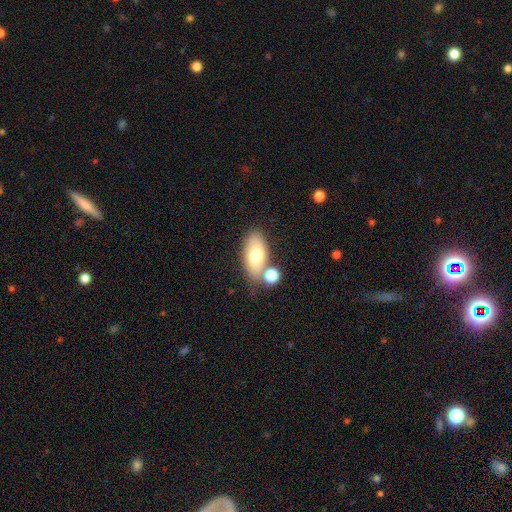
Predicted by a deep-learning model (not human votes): A smooth galaxy with no disk features (71%) that is in between round and cigar-shaped (90%).

Vote fractions:
- Smooth or featured? smooth: 71% / featured or disk: 21% / star or artifact: 8%
- How rounded? in between: 90% / cigar-shaped: 5% / round: 5%
- Merging? none: 62% / merger: 19% / minor disturbance: 14% / major disturbance: 4%